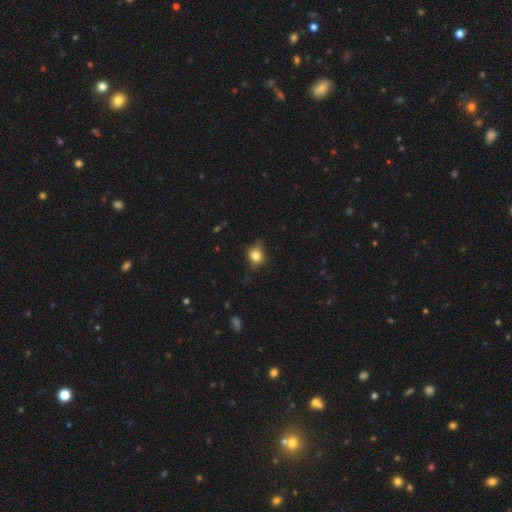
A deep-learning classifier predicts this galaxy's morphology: smooth_or_featured: smooth (p=0.68) [alt: featured or disk p=0.20]
how_rounded: round (p=0.71) [alt: in between p=0.27]
merging: none (p=0.68) [alt: minor disturbance p=0.24]